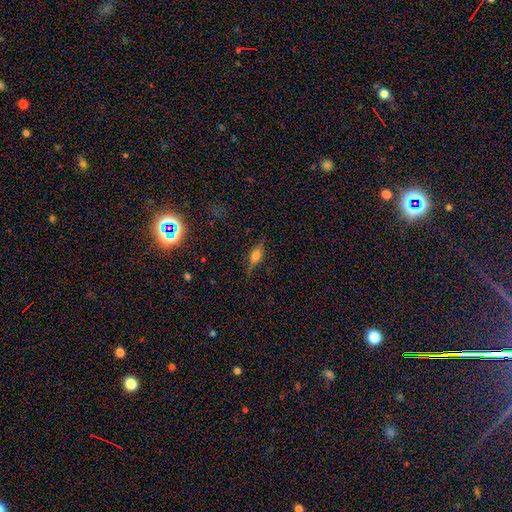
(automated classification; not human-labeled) Morphology: type=smooth (47%); merging=none (74%).